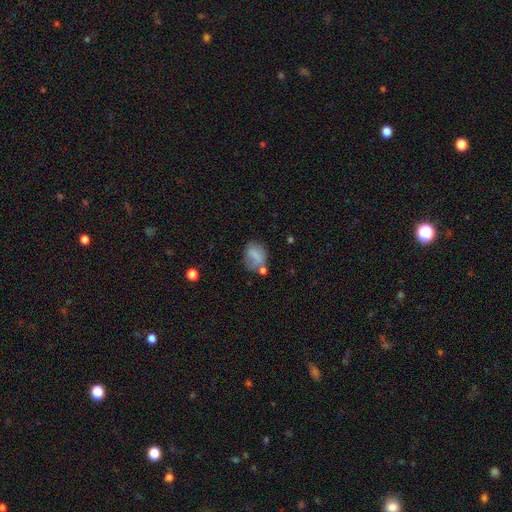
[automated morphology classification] Smooth or featured?
  - smooth: 76% *
  - featured or disk: 15%
  - star or artifact: 10%
How rounded?
  - in between: 61% *
  - round: 37%
  - cigar-shaped: 2%
Merging?
  - none: 51% *
  - minor disturbance: 24%
  - merger: 14%
  - major disturbance: 11%